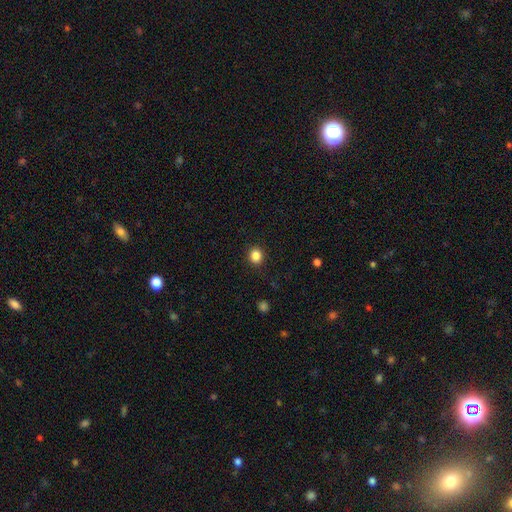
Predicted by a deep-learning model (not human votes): A smooth galaxy with no disk features (86%) that is round (79%).

Vote fractions:
- Smooth or featured? smooth: 86% / star or artifact: 11% / featured or disk: 4%
- How rounded? round: 79% / in between: 21% / cigar-shaped: 1%
- Merging? none: 91% / minor disturbance: 6% / major disturbance: 2% / merger: 1%